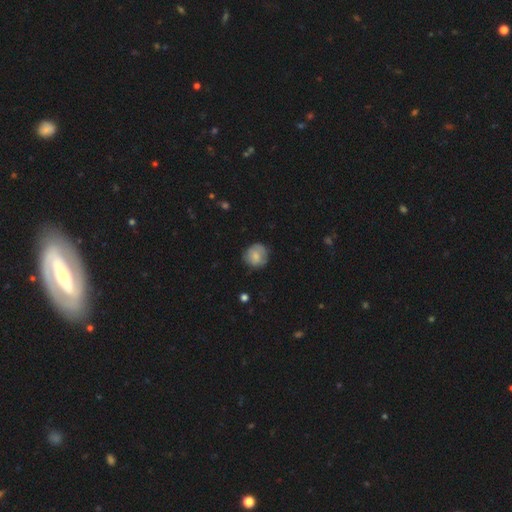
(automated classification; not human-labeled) smooth 74%, featured or disk 19%, star or artifact 7%. Down the decision tree: how rounded — round (86%); merging — none (72%).